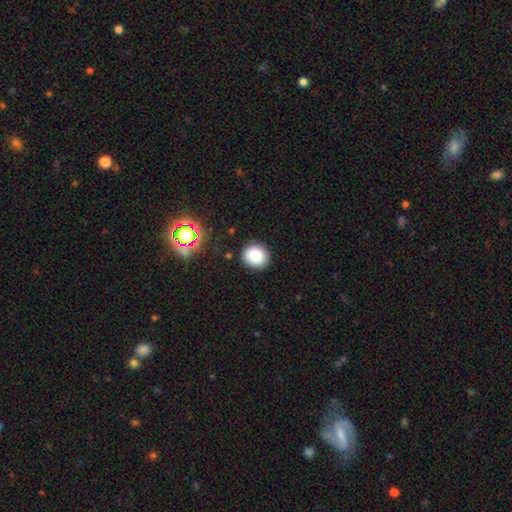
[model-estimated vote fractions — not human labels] smooth 84%, star or artifact 11%, featured or disk 5%. Down the decision tree: how rounded — round (80%); merging — none (89%).